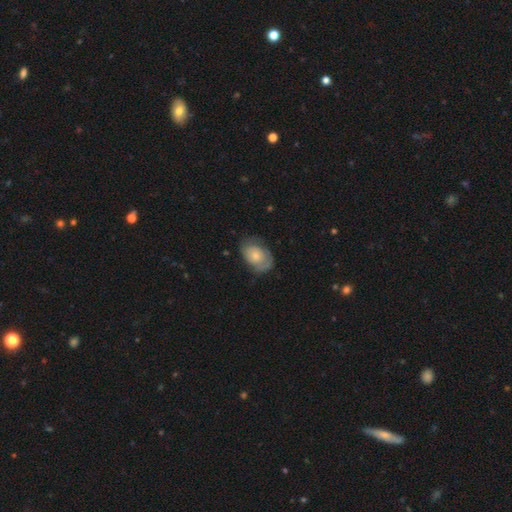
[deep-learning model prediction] Smooth or featured? Predicted: smooth (p=0.54). How rounded? Predicted: in between (p=0.81). Merging? Predicted: none (p=0.57).